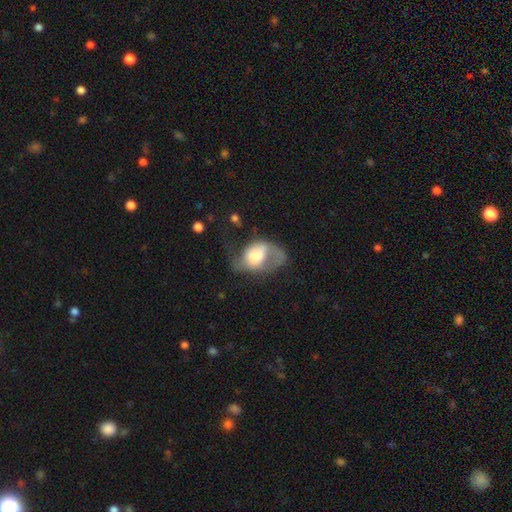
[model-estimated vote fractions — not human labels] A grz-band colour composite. It shows a smooth galaxy with no disk features (50%) that is in between round and cigar-shaped (74%). Merging: major disturbance (52%).